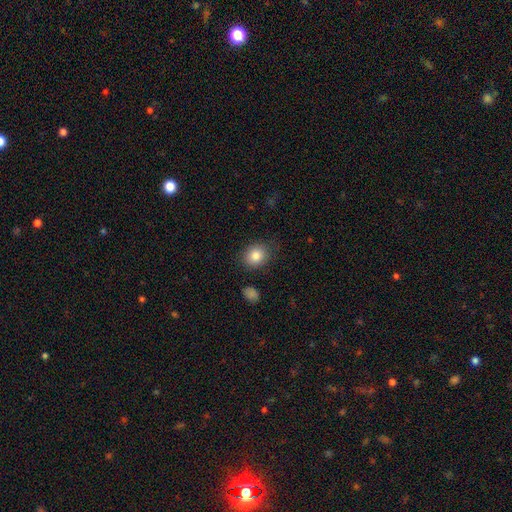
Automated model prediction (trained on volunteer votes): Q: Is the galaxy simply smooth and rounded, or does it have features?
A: smooth — 84%.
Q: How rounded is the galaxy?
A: round — 65%.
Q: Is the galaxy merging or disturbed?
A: none — 82%.